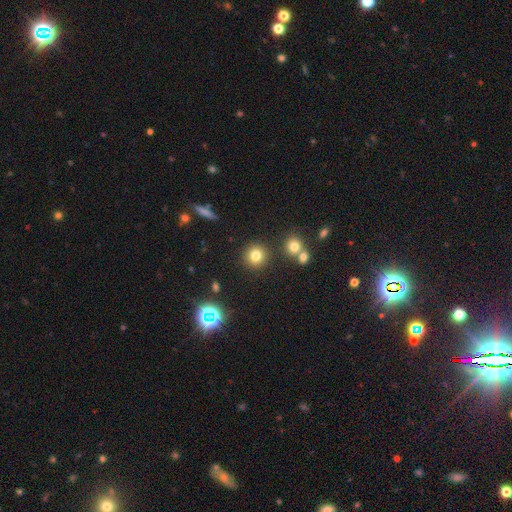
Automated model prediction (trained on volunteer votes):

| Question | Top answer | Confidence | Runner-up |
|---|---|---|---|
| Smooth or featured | smooth | 77% | star or artifact (15%) |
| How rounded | round | 92% | in between (7%) |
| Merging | none | 85% | minor disturbance (7%) |